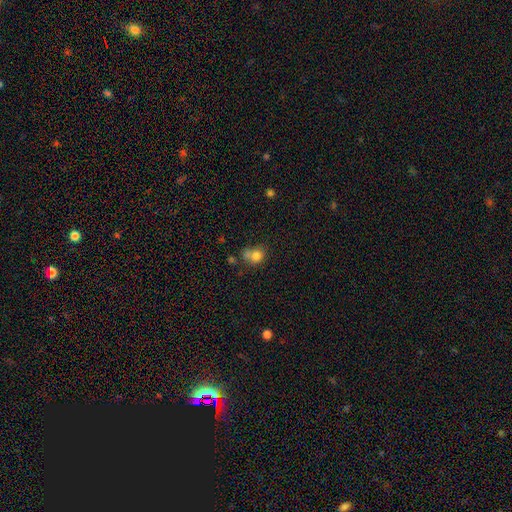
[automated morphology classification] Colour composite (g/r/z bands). It shows a smooth galaxy with no disk features (78%) that is round (64%). Merging: none (38%).